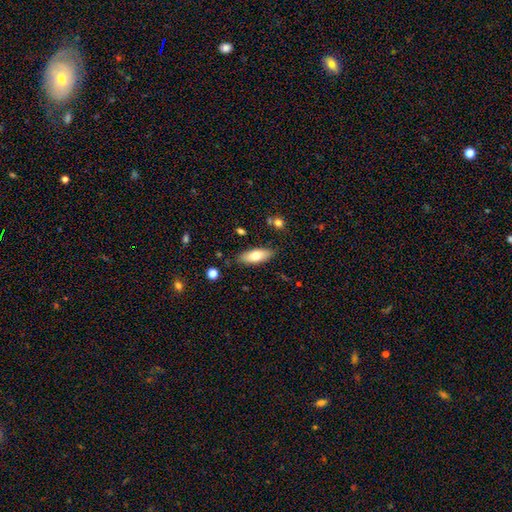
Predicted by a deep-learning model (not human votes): This is likely a smooth galaxy (72%). How rounded: likely in between (74%). Merging: clearly none (84%).